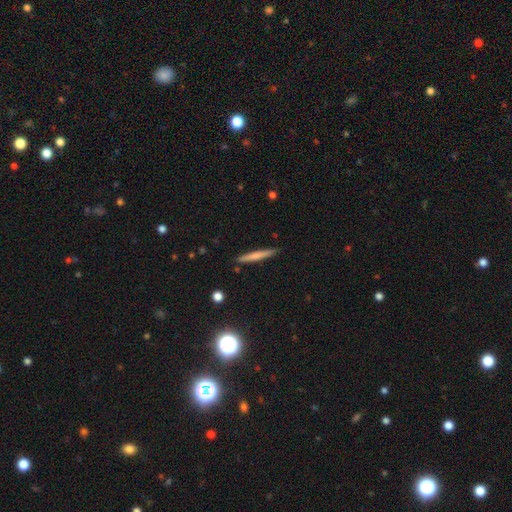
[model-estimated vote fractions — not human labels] This is likely a smooth galaxy (66%). How rounded: clearly cigar-shaped (96%). Merging: clearly none (88%).